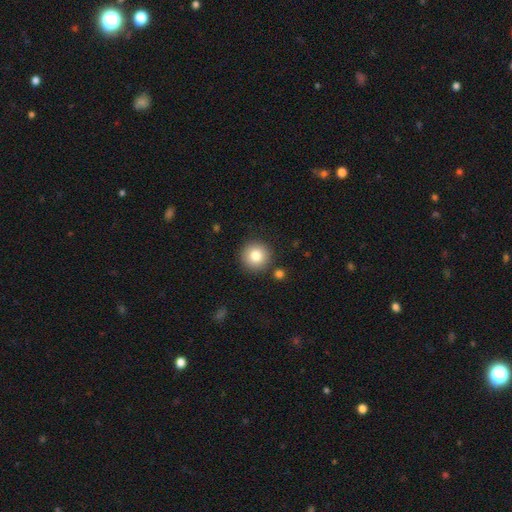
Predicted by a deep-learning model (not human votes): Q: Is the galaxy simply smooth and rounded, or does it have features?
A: smooth — 81%.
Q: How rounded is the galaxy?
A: round — 95%.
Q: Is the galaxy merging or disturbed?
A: none — 87%.